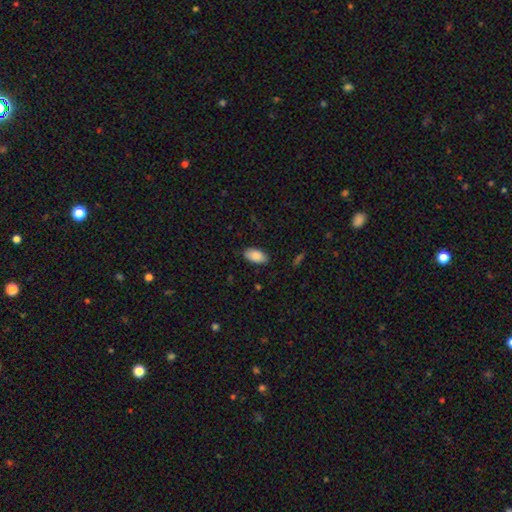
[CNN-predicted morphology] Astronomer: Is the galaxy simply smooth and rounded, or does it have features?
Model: smooth — 87%.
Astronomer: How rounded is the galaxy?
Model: in between — 95%.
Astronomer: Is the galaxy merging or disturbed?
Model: none — 86%.